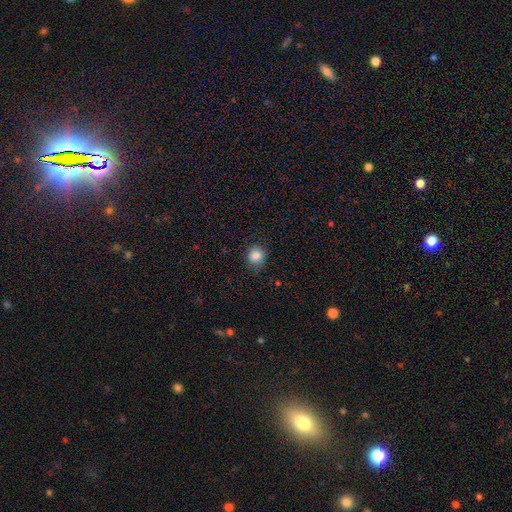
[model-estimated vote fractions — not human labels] Smooth or featured? Predicted: smooth (p=0.85). How rounded? Predicted: round (p=0.77). Merging? Predicted: none (p=0.80).